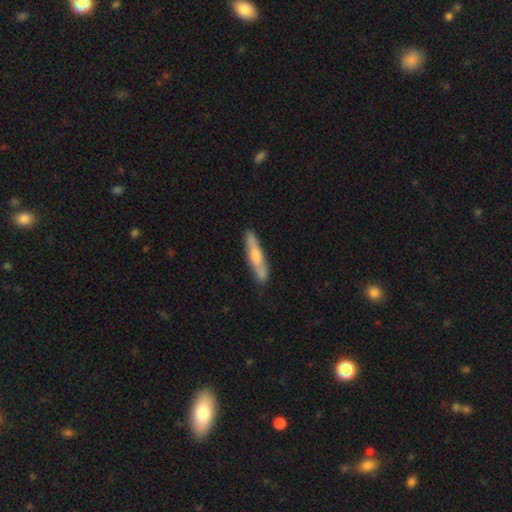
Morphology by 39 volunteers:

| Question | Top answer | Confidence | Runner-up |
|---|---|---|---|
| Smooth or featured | featured or disk | 62% | smooth (26%) |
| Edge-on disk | yes | 100% | — |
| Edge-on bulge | rounded | 92% | boxy (8%) |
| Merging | none | 85% | minor disturbance (12%) |